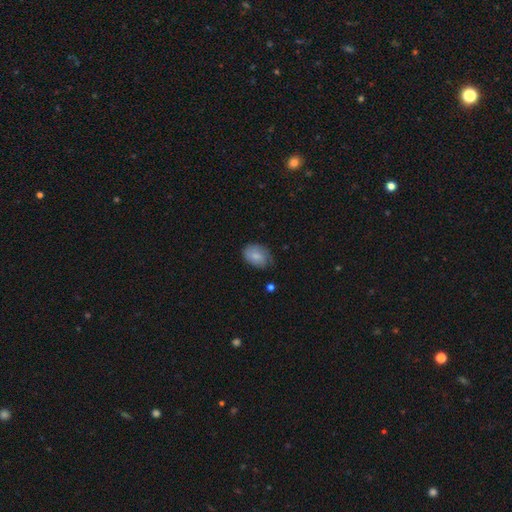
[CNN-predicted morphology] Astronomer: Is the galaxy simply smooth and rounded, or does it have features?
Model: smooth — 73%.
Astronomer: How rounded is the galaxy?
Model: in between — 78%.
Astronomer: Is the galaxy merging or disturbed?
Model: none — 62%.